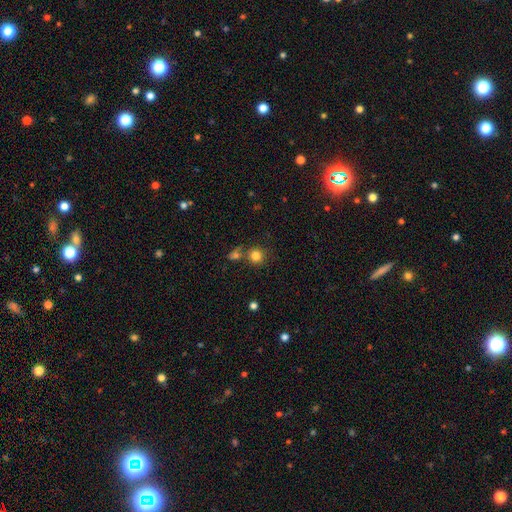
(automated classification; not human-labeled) Smooth or featured? Predicted: smooth (p=0.81). How rounded? Predicted: round (p=0.88). Merging? Predicted: none (p=0.63).